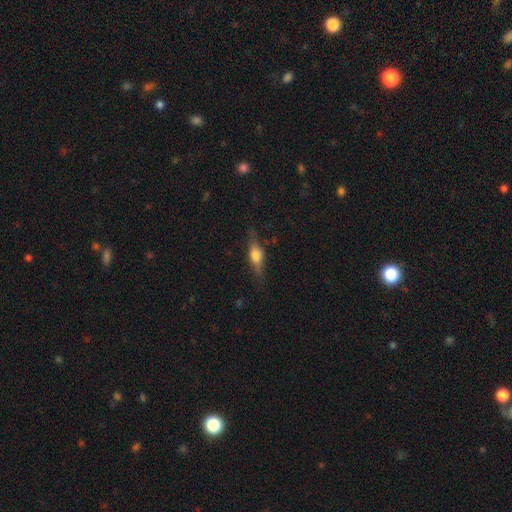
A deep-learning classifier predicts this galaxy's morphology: A smooth galaxy with no disk features (48%). Merging: none (77%).